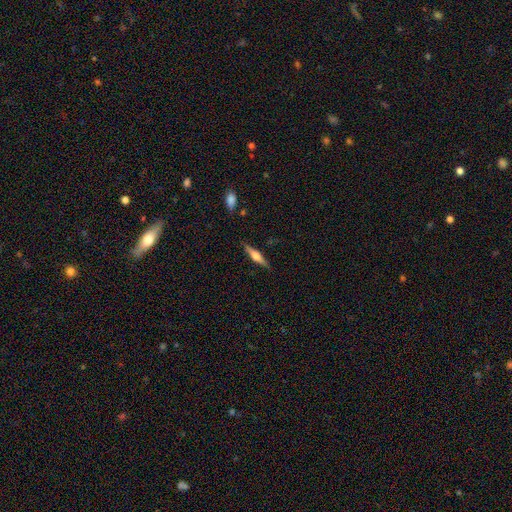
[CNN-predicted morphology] A featured or disk galaxy (67%) viewed edge-on (97%) with a rounded central bulge (83%).

Vote fractions:
- Smooth or featured? featured or disk: 67% / smooth: 27% / star or artifact: 6%
- Edge-on disk? yes: 97% / no: 3%
- Edge-on bulge? rounded: 83% / boxy: 14% / none: 4%
- Merging? none: 88% / minor disturbance: 9% / major disturbance: 2% / merger: 1%